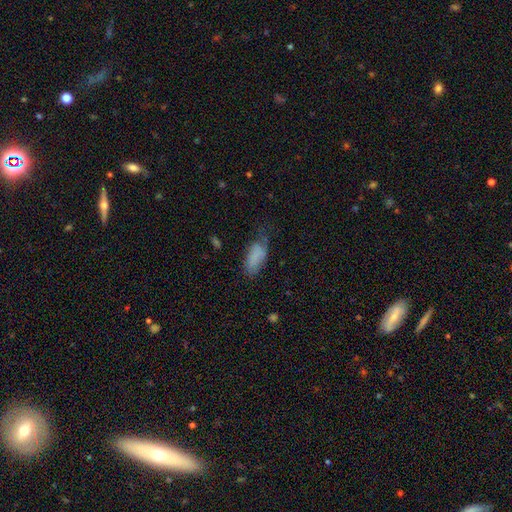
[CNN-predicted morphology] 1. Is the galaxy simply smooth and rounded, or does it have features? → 78% smooth, 13% featured or disk, 8% star or artifact.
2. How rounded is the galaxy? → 86% in between, 11% cigar-shaped, 2% round.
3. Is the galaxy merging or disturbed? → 41% none, 36% minor disturbance, 20% major disturbance, 3% merger.